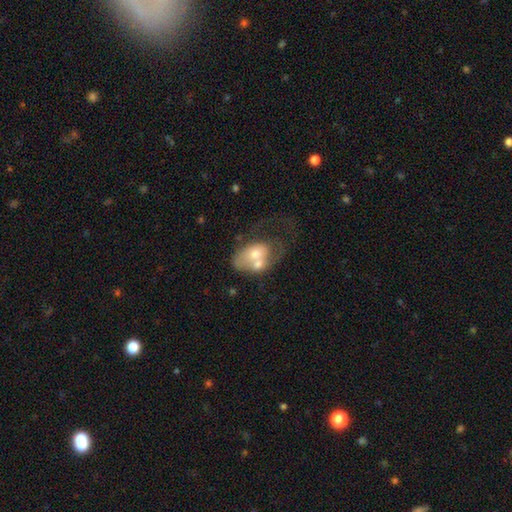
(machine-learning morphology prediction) Smooth or featured? Predicted: smooth (p=0.53). How rounded? Predicted: in between (p=0.83). Merging? Predicted: merger (p=0.51).